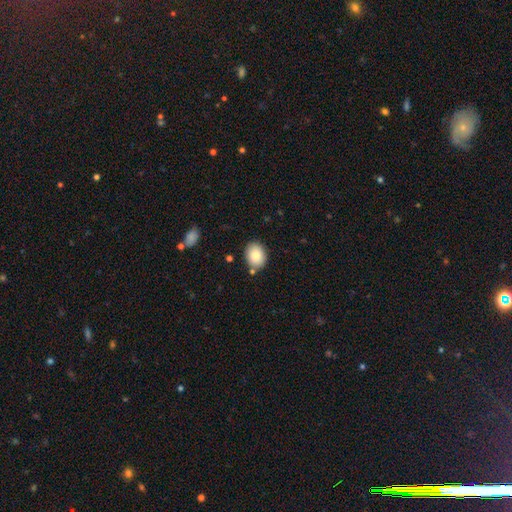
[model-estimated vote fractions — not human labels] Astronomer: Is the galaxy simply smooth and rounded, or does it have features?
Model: smooth — 84%.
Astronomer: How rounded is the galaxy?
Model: in between — 58% (runner-up: round, 41%).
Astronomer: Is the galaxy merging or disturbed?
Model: none — 80%.